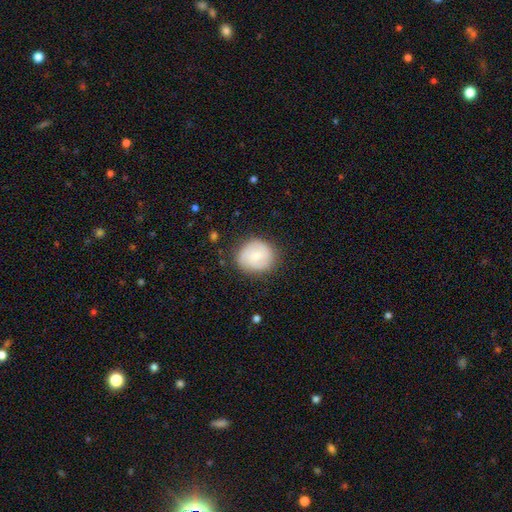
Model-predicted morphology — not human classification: type=smooth (63%); roundness=round (79%); merging=none (77%).